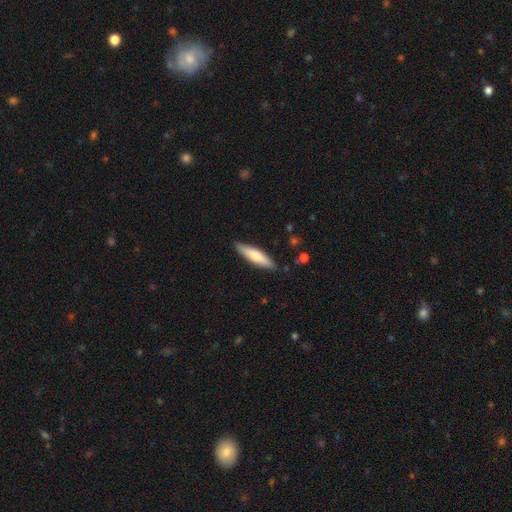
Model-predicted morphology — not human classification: Q: Smooth or featured?
A: smooth (68%); runner-up: featured or disk (26%)
Q: How rounded?
A: cigar-shaped (72%); runner-up: in between (26%)
Q: Merging?
A: none (87%); runner-up: minor disturbance (10%)